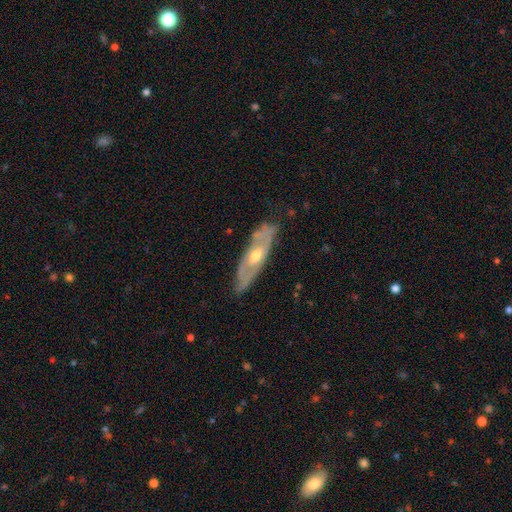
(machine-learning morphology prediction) The model was most divided on "edge-on disk": no: 66%, yes: 34%. More confident: merging — none (75%); smooth or featured — featured or disk (73%).